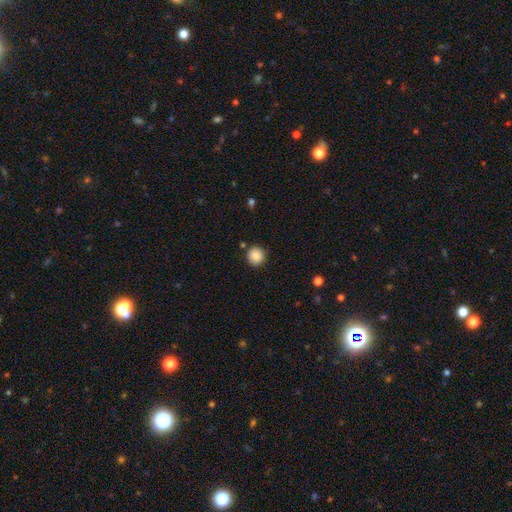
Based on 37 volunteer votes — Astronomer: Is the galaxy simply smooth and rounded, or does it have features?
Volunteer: smooth — 89%.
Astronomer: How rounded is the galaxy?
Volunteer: round — 94%.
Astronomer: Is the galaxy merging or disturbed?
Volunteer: none — 80%.